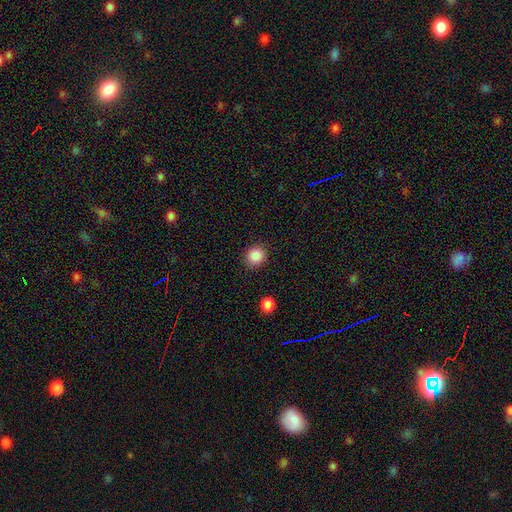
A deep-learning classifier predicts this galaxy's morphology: A smooth galaxy with no disk features (88%) that is round (84%). Merging: none (88%).